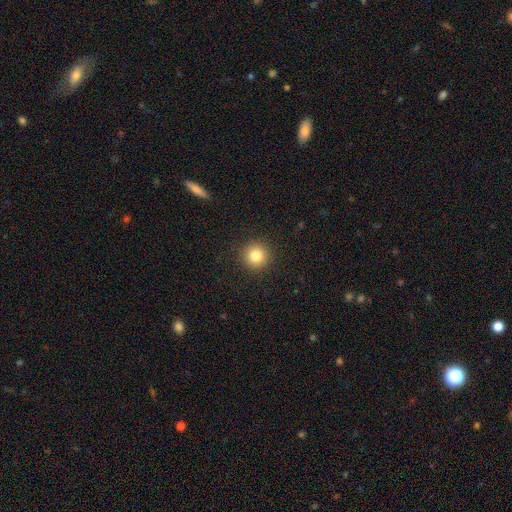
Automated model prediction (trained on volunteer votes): A smooth galaxy with no disk features (83%) that is round (95%).

Vote fractions:
- Smooth or featured? smooth: 83% / star or artifact: 11% / featured or disk: 6%
- How rounded? round: 95% / in between: 4% / cigar-shaped: 1%
- Merging? none: 92% / minor disturbance: 5% / major disturbance: 2% / merger: 1%